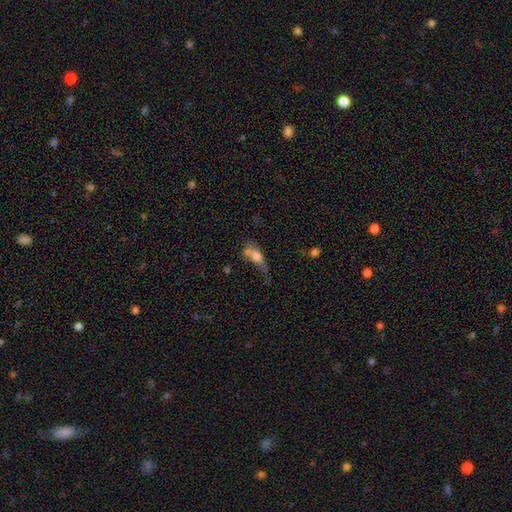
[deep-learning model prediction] A smooth galaxy with no disk features (63%) that is in between round and cigar-shaped (72%). Merging: merger (29%).